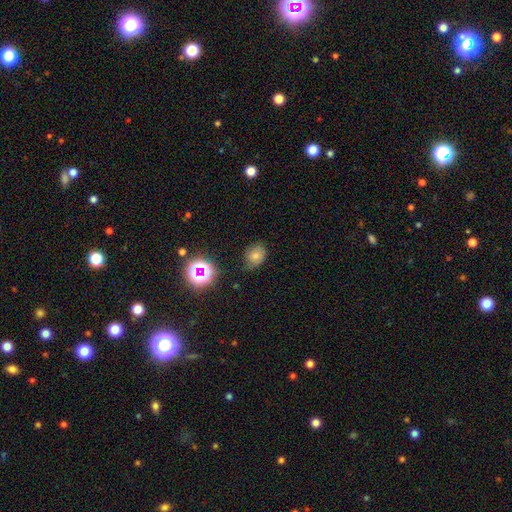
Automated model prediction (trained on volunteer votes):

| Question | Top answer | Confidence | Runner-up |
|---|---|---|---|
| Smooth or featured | smooth | 66% | star or artifact (18%) |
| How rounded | in between | 52% | round (47%) |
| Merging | none | 60% | minor disturbance (30%) |